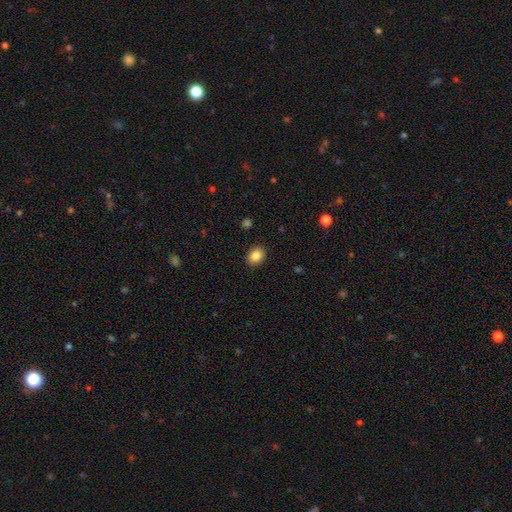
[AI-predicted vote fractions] Smooth or featured?
  - smooth: 86% *
  - star or artifact: 9%
  - featured or disk: 4%
How rounded?
  - in between: 50% *
  - round: 49%
  - cigar-shaped: 1%
Merging?
  - none: 89% *
  - minor disturbance: 8%
  - major disturbance: 2%
  - merger: 1%